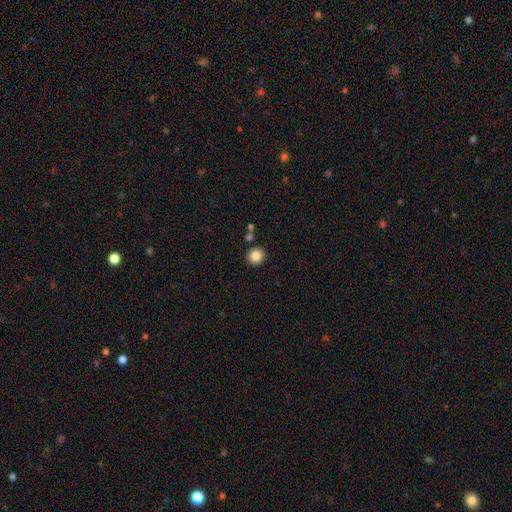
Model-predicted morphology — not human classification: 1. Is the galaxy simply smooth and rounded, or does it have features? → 86% smooth, 10% star or artifact, 4% featured or disk.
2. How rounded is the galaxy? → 91% round, 8% in between, 1% cigar-shaped.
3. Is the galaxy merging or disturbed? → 88% none, 6% minor disturbance, 4% merger, 2% major disturbance.